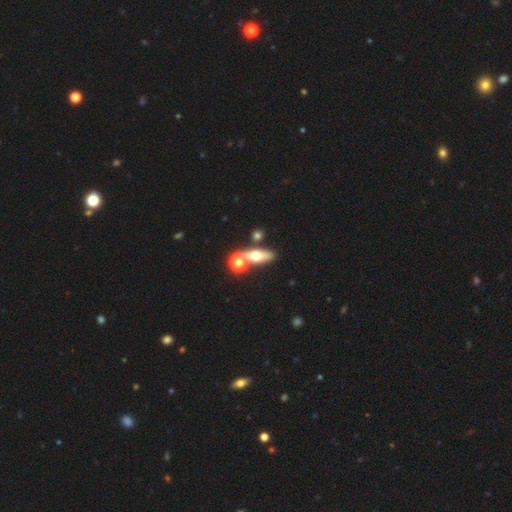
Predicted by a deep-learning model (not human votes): A smooth galaxy with no disk features (49%).

Vote fractions:
- Smooth or featured? smooth: 49% / featured or disk: 38% / star or artifact: 13%
- Merging? none: 54% / merger: 30% / minor disturbance: 11% / major disturbance: 6%